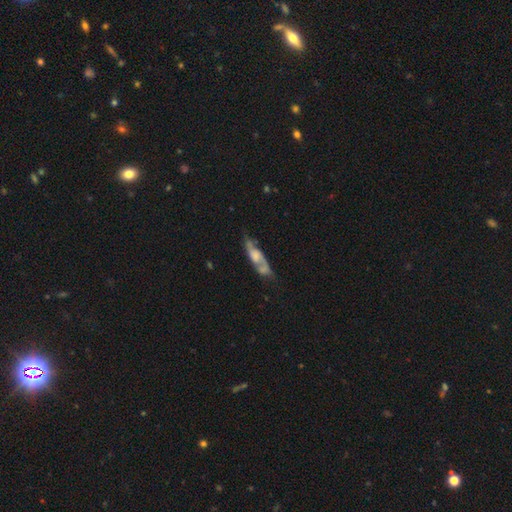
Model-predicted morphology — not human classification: Overall: featured or disk (65%; smooth 29%). Edge-on disk: no (72%). Merging: none (57%; minor disturbance 25%).